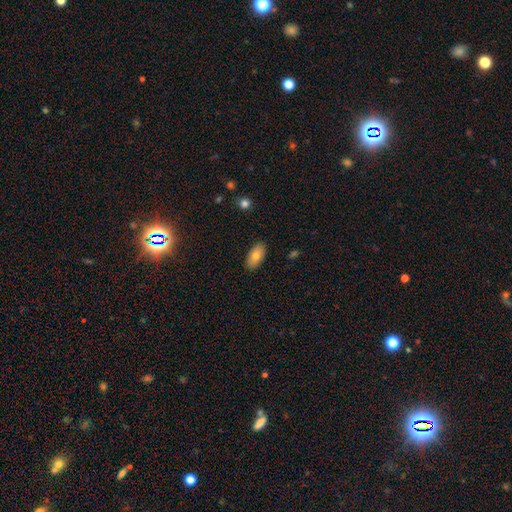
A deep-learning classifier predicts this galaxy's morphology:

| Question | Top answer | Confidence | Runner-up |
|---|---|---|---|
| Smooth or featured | smooth | 78% | featured or disk (15%) |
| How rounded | in between | 93% | cigar-shaped (4%) |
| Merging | none | 88% | minor disturbance (9%) |